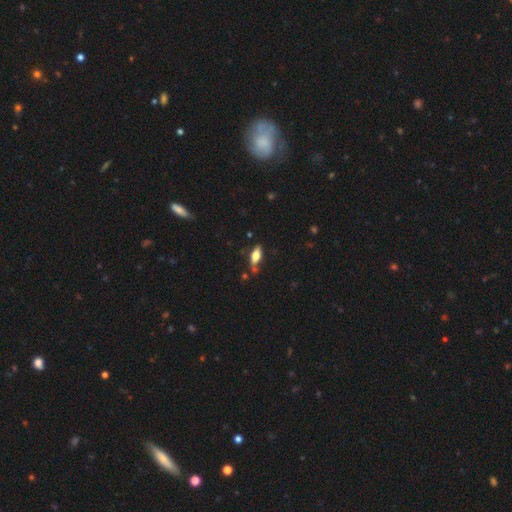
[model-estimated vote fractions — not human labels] smooth-or-featured: smooth: 65% | featured or disk: 27% | star or artifact: 7%
  how-rounded: in between: 74% | cigar-shaped: 23% | round: 3%
  merging: none: 70% | minor disturbance: 18% | merger: 7% | major disturbance: 5%